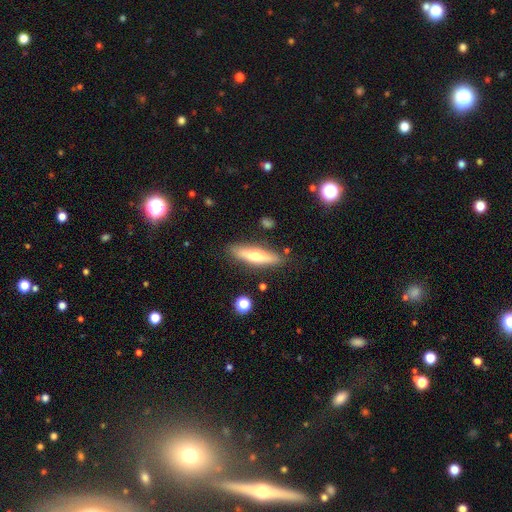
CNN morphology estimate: Smooth or featured?
  - smooth: 49% *
  - featured or disk: 44%
  - star or artifact: 7%
Merging?
  - none: 85% *
  - minor disturbance: 10%
  - merger: 3%
  - major disturbance: 2%